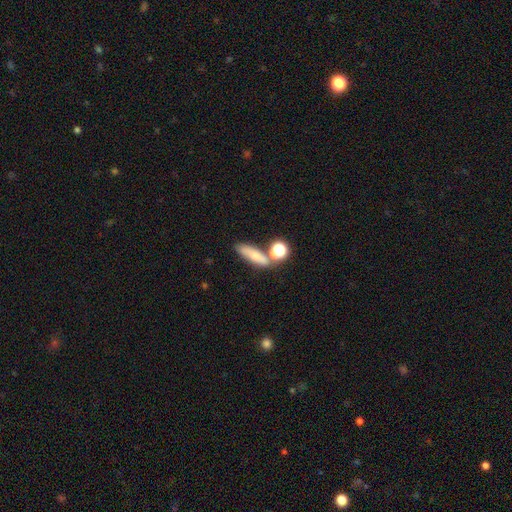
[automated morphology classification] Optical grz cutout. It shows a smooth galaxy with no disk features (68%) that is cigar-shaped (45%). Merging: none (55%).